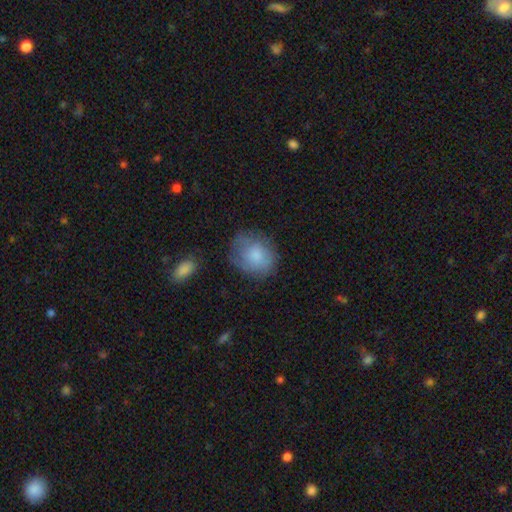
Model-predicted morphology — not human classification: Smooth or featured: smooth — 74% (featured or disk — 19%)
How rounded: round — 60% (in between — 39%)
Merging: none — 64% (minor disturbance — 25%)